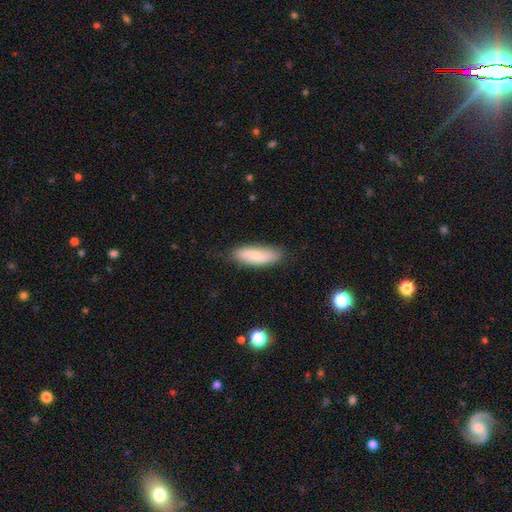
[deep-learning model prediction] This appears to be a smooth galaxy with no disk features (70%) that is in between round and cigar-shaped (61%). Merging: none (80%).